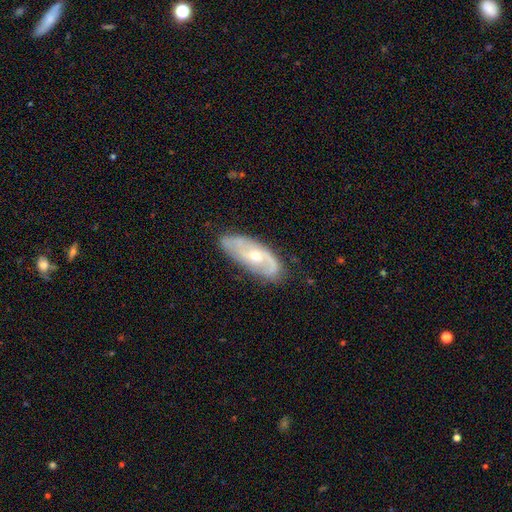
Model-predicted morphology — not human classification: Smooth or featured?
  - featured or disk: 76% *
  - smooth: 19%
  - star or artifact: 6%
Edge-on disk?
  - no: 89% *
  - yes: 11%
Bar?
  - no: 65% *
  - weak: 28%
  - strong: 7%
Spiral arms?
  - yes: 85% *
  - no: 15%
Spiral winding?
  - medium: 42% *
  - tight: 30%
  - loose: 28%
Spiral arm count?
  - 2: 66% *
  - can't tell: 19%
  - 1: 8%
  - 3: 4%
  - 4: 1%
  - more than 4: 1%
Bulge size?
  - moderate: 56% *
  - small: 41%
  - large: 2%
  - none: 1%
  - dominant: 1%
Merging?
  - none: 71% *
  - minor disturbance: 21%
  - major disturbance: 6%
  - merger: 2%